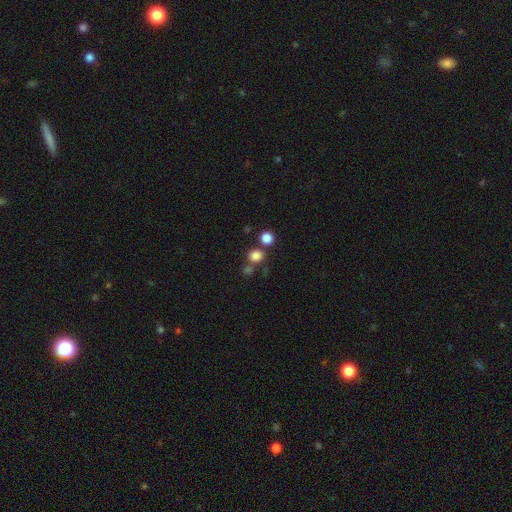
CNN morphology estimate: This is clearly a smooth galaxy (80%). How rounded: clearly round (87%). Merging: likely none (69%).